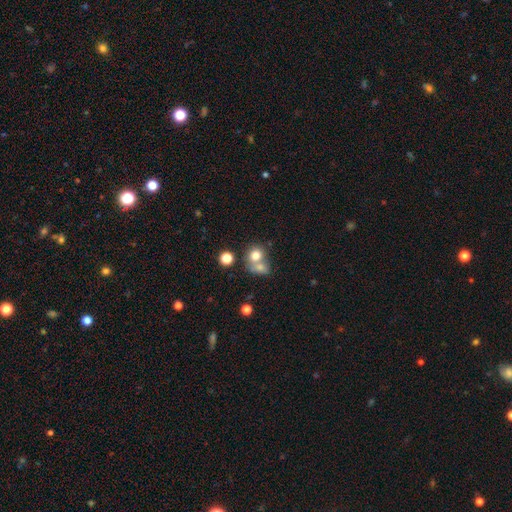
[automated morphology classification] smooth 74%, featured or disk 14%, star or artifact 12%. Down the decision tree: how rounded — round (72%); merging — merger (52%).